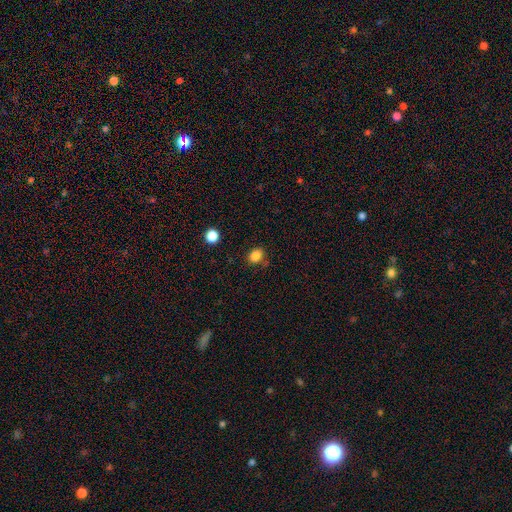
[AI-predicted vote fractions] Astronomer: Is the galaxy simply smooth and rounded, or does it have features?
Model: smooth — 84%.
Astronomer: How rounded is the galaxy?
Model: in between — 61% (runner-up: round, 38%).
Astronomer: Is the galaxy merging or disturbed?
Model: none — 79%.